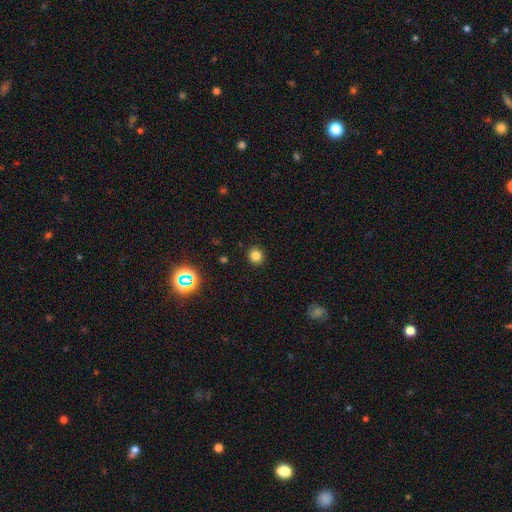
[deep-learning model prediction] The model was most divided on "smooth or featured": smooth: 80%, star or artifact: 15%, featured or disk: 5%. More confident: merging — none (91%); how rounded — round (90%).